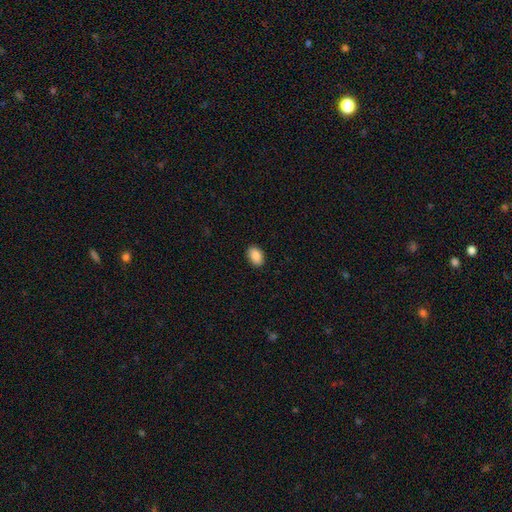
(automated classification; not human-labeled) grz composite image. It shows a smooth galaxy with no disk features (90%) that is in between round and cigar-shaped (86%). Merging: none (90%).